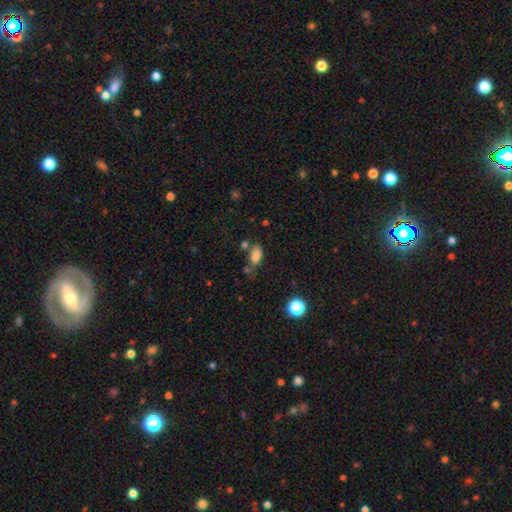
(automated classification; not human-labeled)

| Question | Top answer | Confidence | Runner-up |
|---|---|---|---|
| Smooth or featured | smooth | 81% | star or artifact (11%) |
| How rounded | in between | 89% | round (6%) |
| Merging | none | 53% | minor disturbance (24%) |